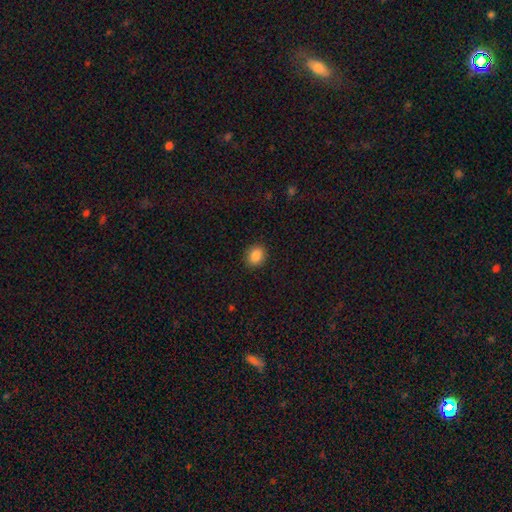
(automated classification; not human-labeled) A smooth galaxy with no disk features (86%) that is round (60%).

Vote fractions:
- Smooth or featured? smooth: 86% / star or artifact: 10% / featured or disk: 4%
- How rounded? round: 60% / in between: 39% / cigar-shaped: 1%
- Merging? none: 90% / minor disturbance: 7% / major disturbance: 2% / merger: 1%